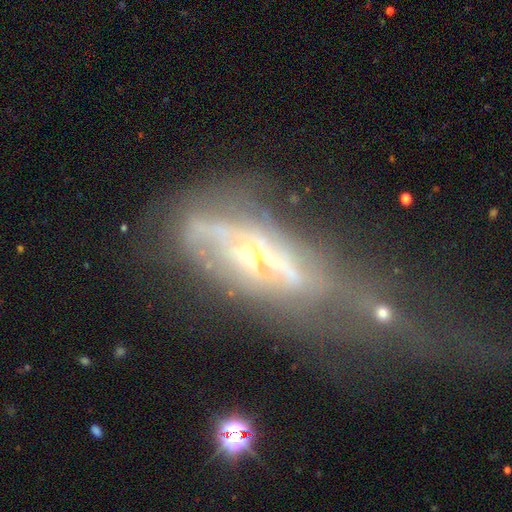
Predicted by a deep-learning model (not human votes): featured or disk 70%, smooth 19%, star or artifact 11%. Down the decision tree: edge-on disk — no (65%); merging — major disturbance (48%).